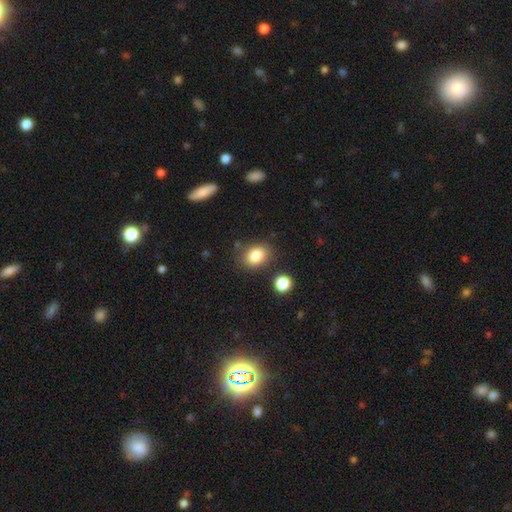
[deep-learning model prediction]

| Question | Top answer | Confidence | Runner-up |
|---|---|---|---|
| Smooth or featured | smooth | 83% | star or artifact (10%) |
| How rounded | in between | 64% | round (35%) |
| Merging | none | 78% | minor disturbance (12%) |